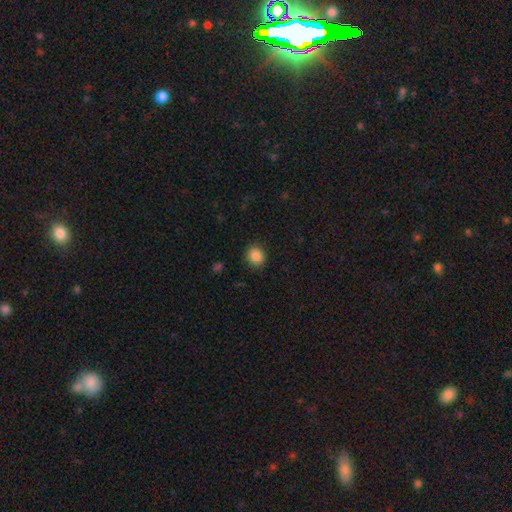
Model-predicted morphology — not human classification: A smooth galaxy with no disk features (87%) that is round (76%). Merging: none (88%).